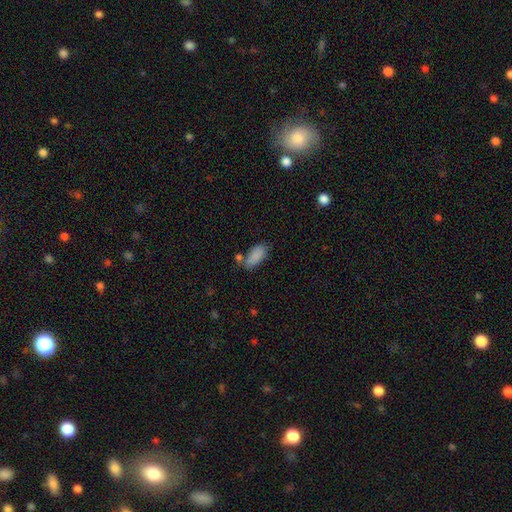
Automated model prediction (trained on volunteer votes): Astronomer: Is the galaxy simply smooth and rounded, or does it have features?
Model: smooth — 87%.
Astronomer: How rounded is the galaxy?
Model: in between — 89%.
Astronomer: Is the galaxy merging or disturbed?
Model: none — 64%.